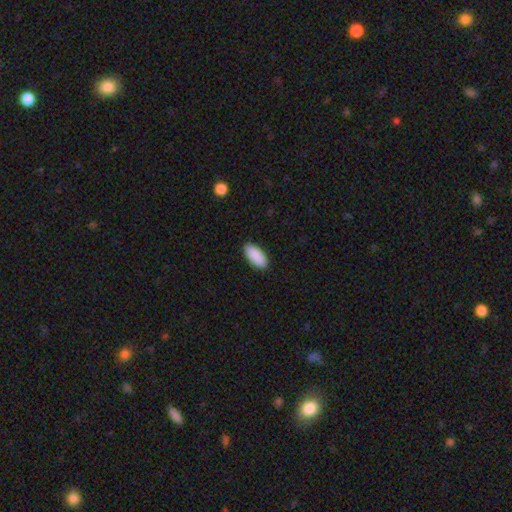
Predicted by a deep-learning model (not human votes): Overall: smooth (91%). How rounded: in between (92%). Merging: none (89%).